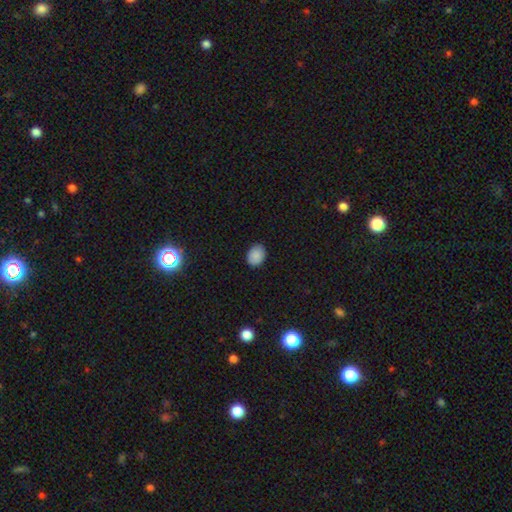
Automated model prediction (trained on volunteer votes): This appears to be a smooth galaxy with no disk features (88%) that is in between round and cigar-shaped (57%). Merging: none (88%).